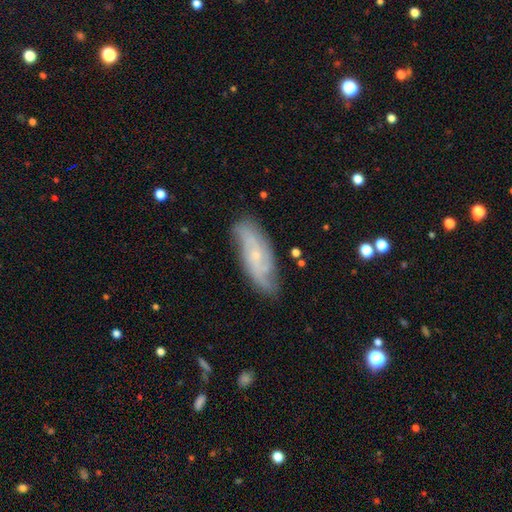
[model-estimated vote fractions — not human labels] Overall: featured or disk (73%). Edge-on disk: no (88%). Bar: no (67%). Spiral arms: yes (92%). Spiral arm count: 2 (41%; can't tell 28%). Spiral winding: medium (41%; tight 36%). Bulge size: small (78%). Merging: none (75%).